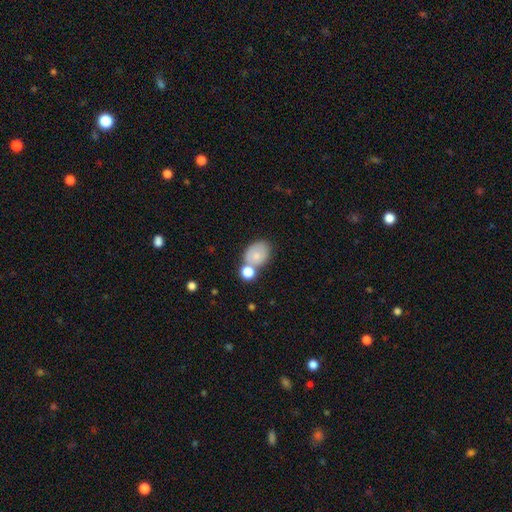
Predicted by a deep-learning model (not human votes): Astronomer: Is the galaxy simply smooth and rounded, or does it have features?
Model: smooth — 75%.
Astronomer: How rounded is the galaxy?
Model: in between — 70%.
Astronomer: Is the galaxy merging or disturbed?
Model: none — 48% (runner-up: merger, 29%).